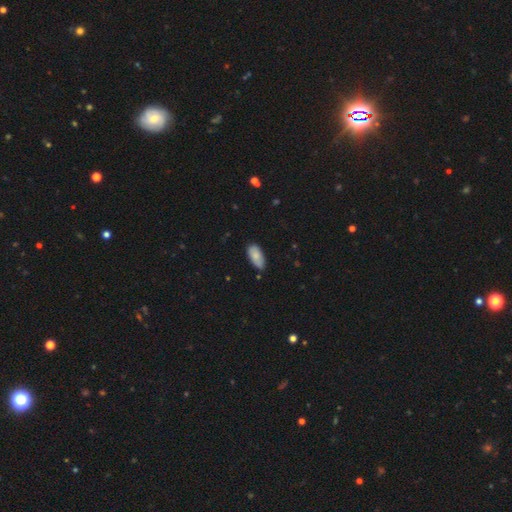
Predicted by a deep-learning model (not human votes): This is clearly a smooth galaxy (83%). How rounded: clearly in between (92%). Merging: likely none (73%).